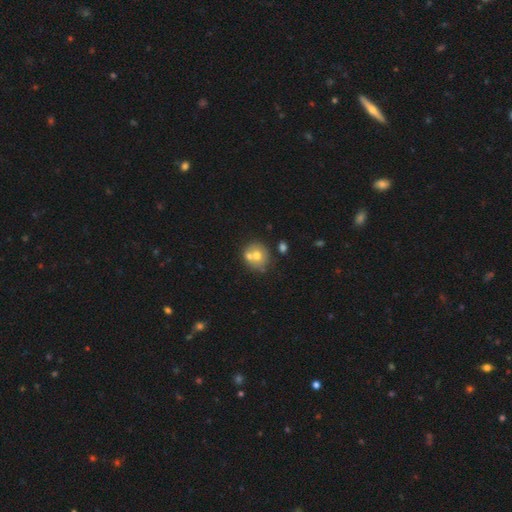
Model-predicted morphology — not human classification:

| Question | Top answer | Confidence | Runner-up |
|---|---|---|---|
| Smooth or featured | smooth | 64% | featured or disk (27%) |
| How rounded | round | 79% | in between (20%) |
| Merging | none | 43% | merger (42%) |